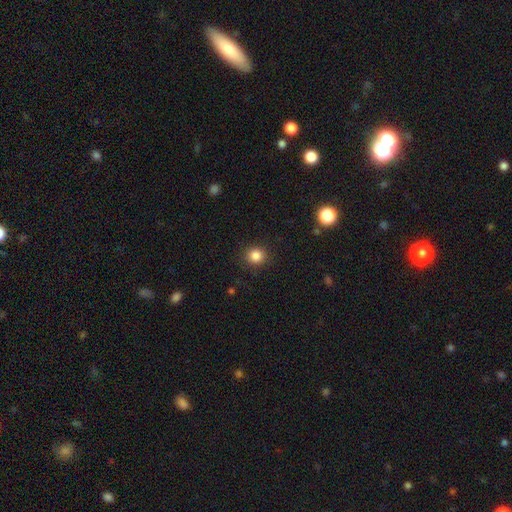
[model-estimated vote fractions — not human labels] Overall: smooth (85%). How rounded: round (89%). Merging: none (90%).